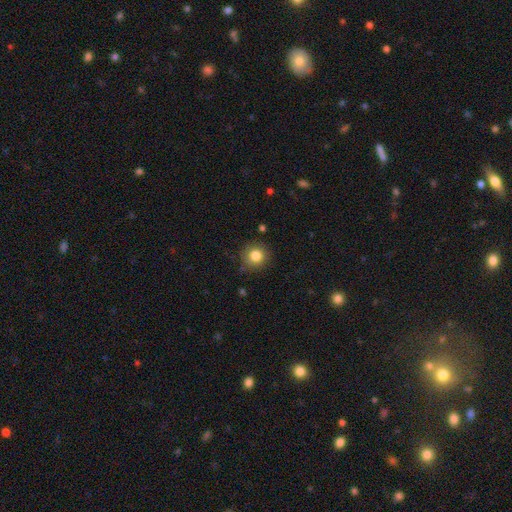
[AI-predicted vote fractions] smooth-or-featured: smooth: 82% | star or artifact: 11% | featured or disk: 7%
  how-rounded: round: 93% | in between: 6% | cigar-shaped: 1%
  merging: none: 85% | minor disturbance: 10% | major disturbance: 3% | merger: 2%